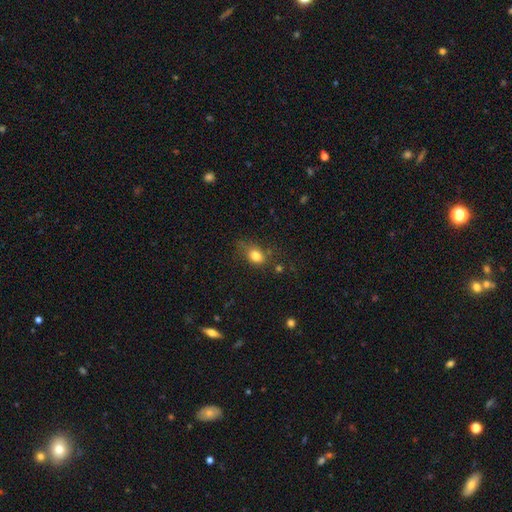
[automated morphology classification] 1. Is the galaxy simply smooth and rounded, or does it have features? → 80% smooth, 11% star or artifact, 8% featured or disk.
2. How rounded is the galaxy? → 58% in between, 39% round, 2% cigar-shaped.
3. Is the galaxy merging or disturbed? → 58% none, 26% minor disturbance, 11% major disturbance, 5% merger.